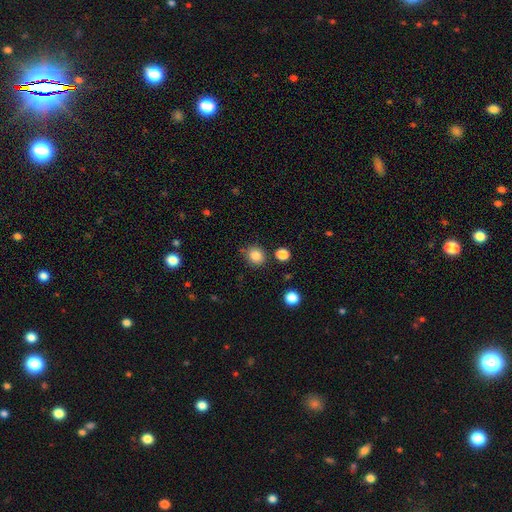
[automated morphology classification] Smooth or featured? Predicted: smooth (p=0.84). How rounded? Predicted: round (p=0.85). Merging? Predicted: none (p=0.80).